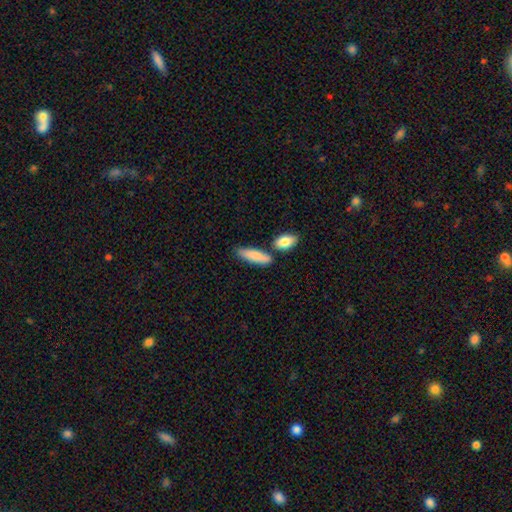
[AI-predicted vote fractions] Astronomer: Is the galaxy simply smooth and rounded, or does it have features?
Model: smooth — 82%.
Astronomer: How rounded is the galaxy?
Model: in between — 50% (runner-up: cigar-shaped, 47%).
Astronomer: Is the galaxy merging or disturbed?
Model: none — 65%.